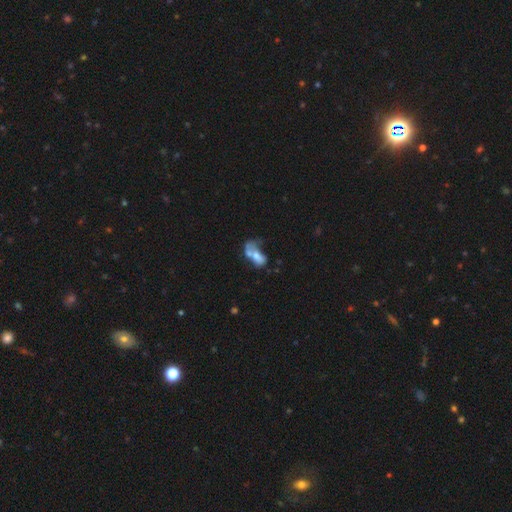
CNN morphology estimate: A smooth galaxy with no disk features (54%) that is in between round and cigar-shaped (84%).

Vote fractions:
- Smooth or featured? smooth: 54% / featured or disk: 35% / star or artifact: 11%
- How rounded? in between: 84% / round: 10% / cigar-shaped: 6%
- Merging? merger: 54% / major disturbance: 20% / none: 16% / minor disturbance: 11%